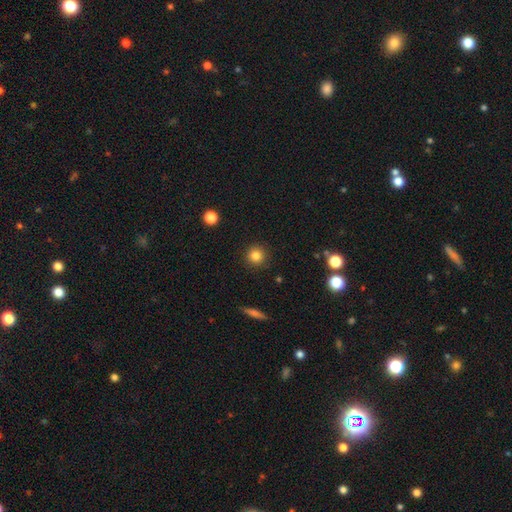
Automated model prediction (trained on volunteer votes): Smooth or featured: smooth — 82% (star or artifact — 12%)
How rounded: round — 94% (in between — 5%)
Merging: none — 91% (minor disturbance — 6%)